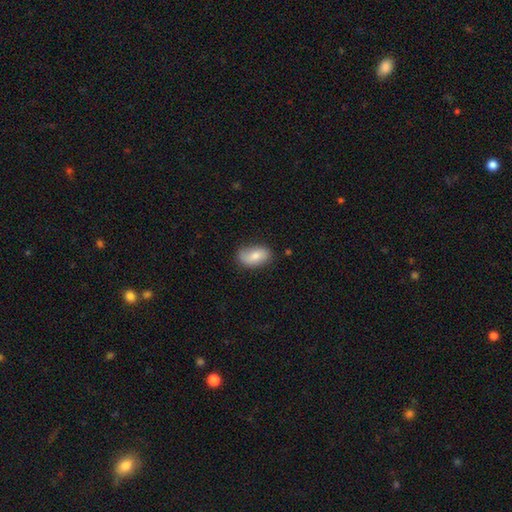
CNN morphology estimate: This is likely a smooth galaxy (77%). How rounded: clearly in between (92%). Merging: likely none (68%).